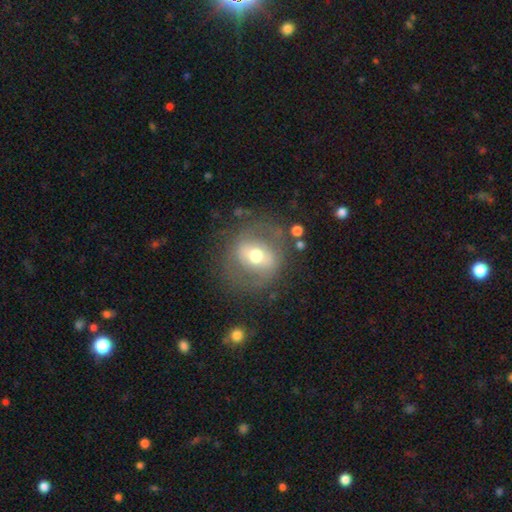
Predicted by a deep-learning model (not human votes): A featured or disk galaxy (49%).

Vote fractions:
- Smooth or featured? featured or disk: 49% / smooth: 42% / star or artifact: 9%
- Merging? none: 72% / minor disturbance: 15% / major disturbance: 11% / merger: 2%